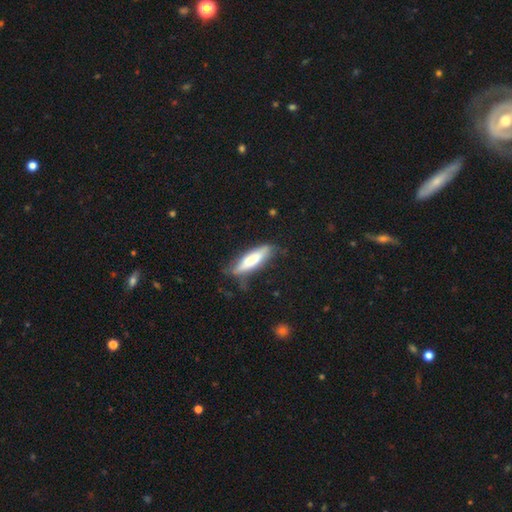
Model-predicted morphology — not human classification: This appears to be a smooth galaxy with no disk features (71%) that is cigar-shaped (63%). Merging: none (62%).